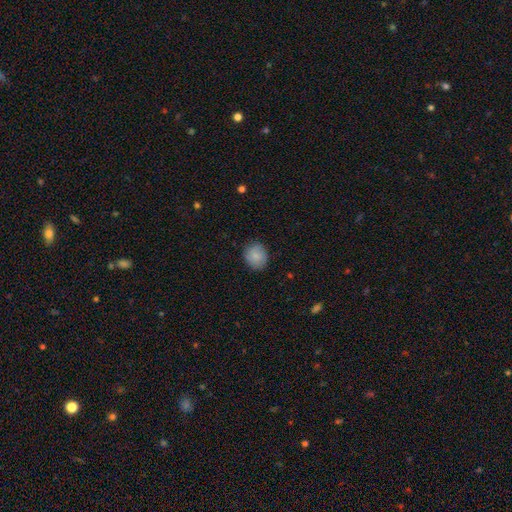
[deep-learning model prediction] Smooth or featured: smooth — 82% (featured or disk — 11%)
How rounded: round — 67% (in between — 32%)
Merging: none — 83% (minor disturbance — 13%)